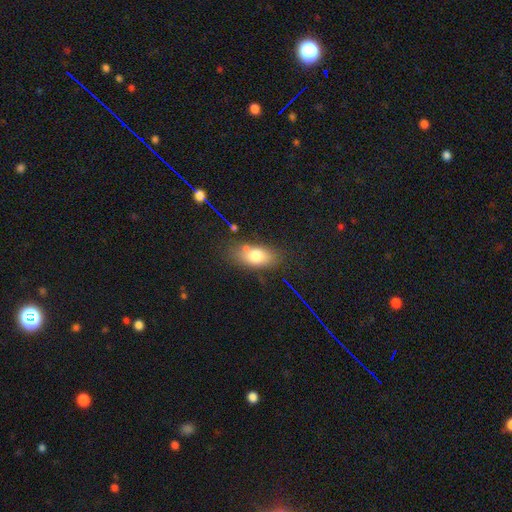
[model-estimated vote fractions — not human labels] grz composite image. It shows a smooth galaxy with no disk features (74%) that is in between round and cigar-shaped (85%). Merging: none (68%).